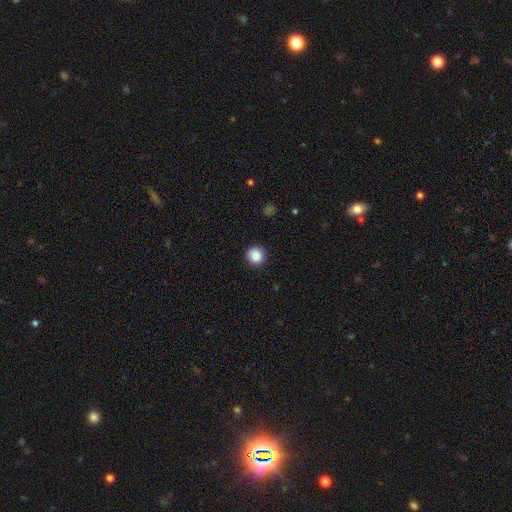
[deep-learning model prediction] Smooth or featured?
  - smooth: 88% *
  - star or artifact: 9%
  - featured or disk: 3%
How rounded?
  - round: 93% *
  - in between: 6%
  - cigar-shaped: 1%
Merging?
  - none: 91% *
  - minor disturbance: 6%
  - major disturbance: 2%
  - merger: 1%